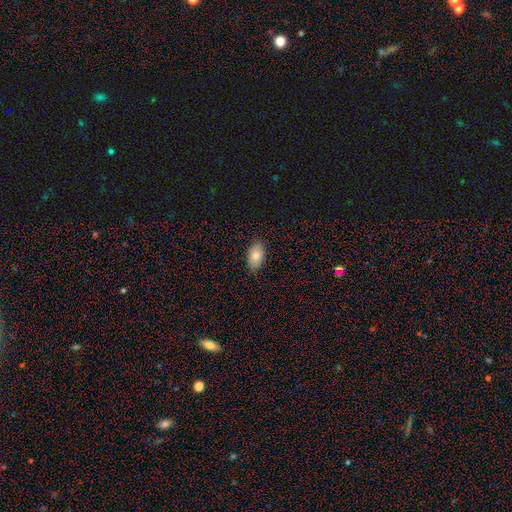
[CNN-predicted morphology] Smooth or featured: smooth — 79% (featured or disk — 13%)
How rounded: in between — 92% (round — 6%)
Merging: none — 86% (minor disturbance — 11%)